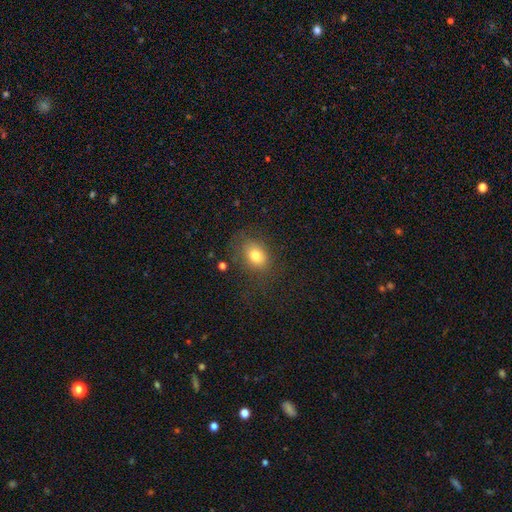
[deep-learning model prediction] Smooth or featured: smooth — 77% (star or artifact — 12%)
How rounded: in between — 63% (round — 36%)
Merging: none — 71% (minor disturbance — 17%)